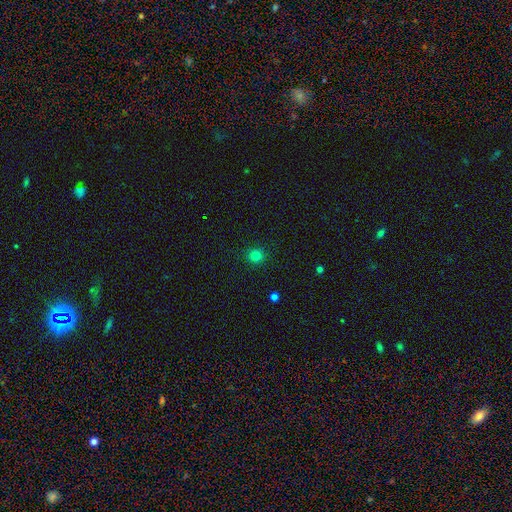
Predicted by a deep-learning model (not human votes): smooth-or-featured: smooth: 80% | star or artifact: 16% | featured or disk: 5%
  how-rounded: round: 92% | in between: 7% | cigar-shaped: 1%
  merging: none: 92% | minor disturbance: 5% | major disturbance: 2% | merger: 1%